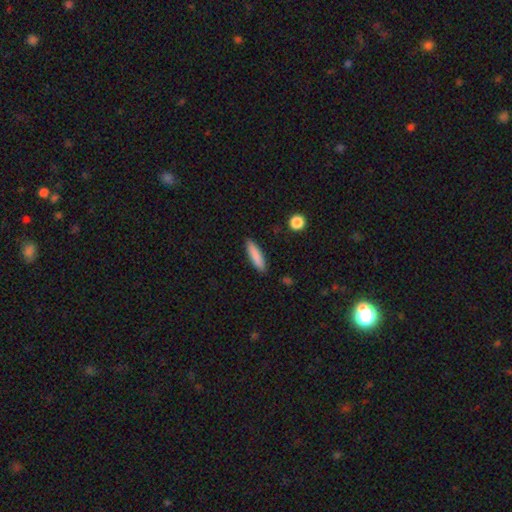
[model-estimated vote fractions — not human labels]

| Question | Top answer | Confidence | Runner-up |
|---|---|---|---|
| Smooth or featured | smooth | 85% | featured or disk (9%) |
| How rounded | cigar-shaped | 78% | in between (20%) |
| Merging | none | 89% | minor disturbance (7%) |